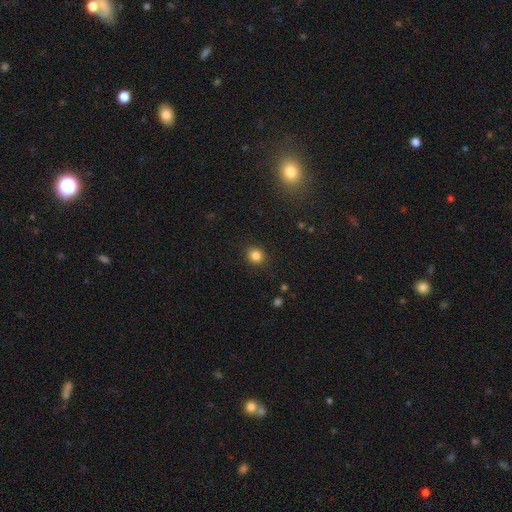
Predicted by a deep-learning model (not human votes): smooth 84%, star or artifact 12%, featured or disk 5%. Down the decision tree: how rounded — round (87%); merging — none (89%).